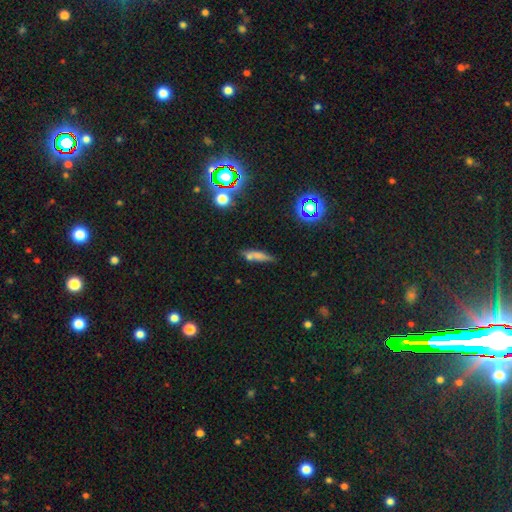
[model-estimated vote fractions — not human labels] smooth_or_featured: smooth (p=0.63) [alt: featured or disk p=0.20]
how_rounded: cigar-shaped (p=0.73) [alt: in between p=0.23]
merging: none (p=0.61) [alt: minor disturbance p=0.18]